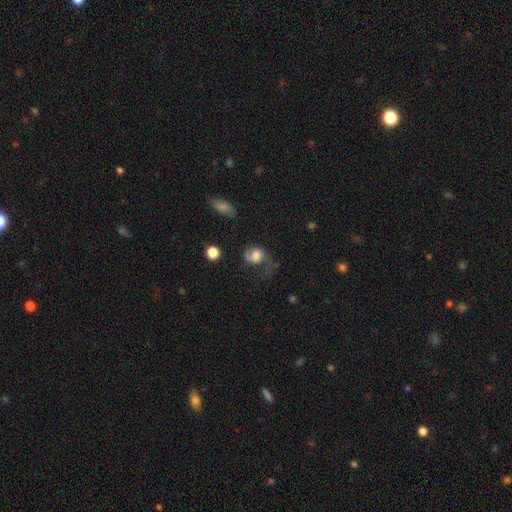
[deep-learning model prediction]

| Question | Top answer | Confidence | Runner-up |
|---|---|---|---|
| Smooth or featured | smooth | 55% | featured or disk (35%) |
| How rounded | round | 53% | in between (45%) |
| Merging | major disturbance | 45% | none (29%) |